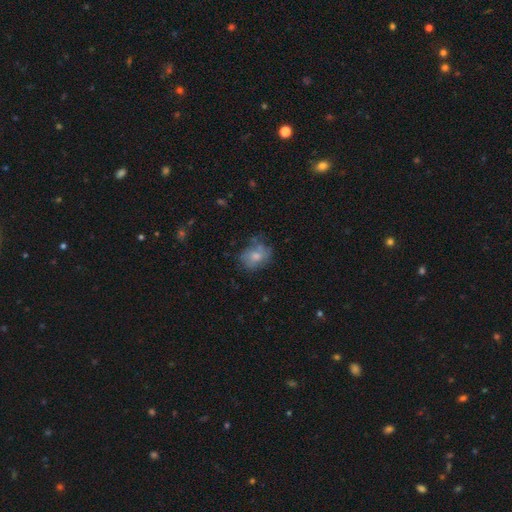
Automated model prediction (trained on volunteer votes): A smooth galaxy with no disk features (69%) that is in between round and cigar-shaped (51%). Merging: none (55%).